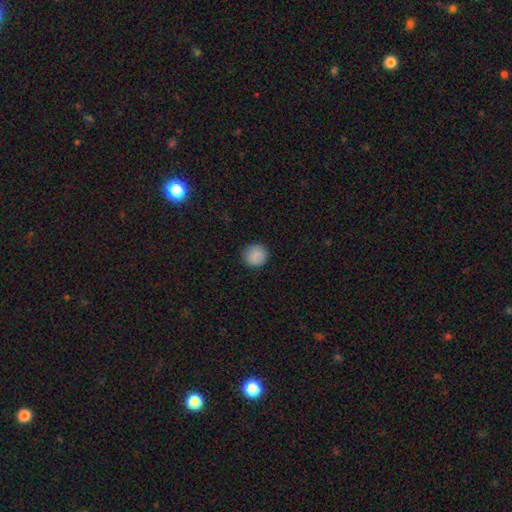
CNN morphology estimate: smooth_or_featured: smooth (p=0.88) [alt: star or artifact p=0.08]
how_rounded: round (p=0.91) [alt: in between p=0.08]
merging: none (p=0.89) [alt: minor disturbance p=0.08]